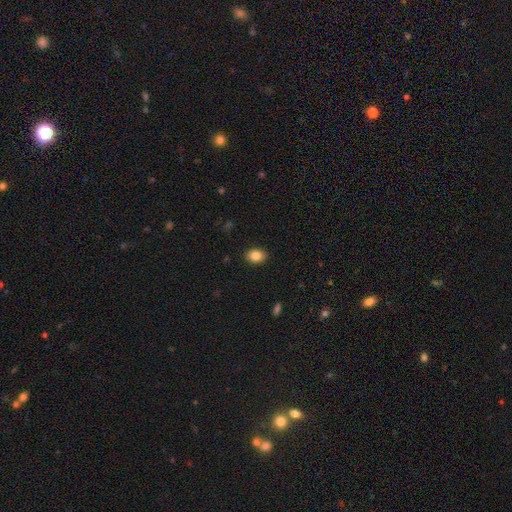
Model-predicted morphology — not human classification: This appears to be a smooth galaxy with no disk features (85%) that is in between round and cigar-shaped (60%). Merging: none (90%).